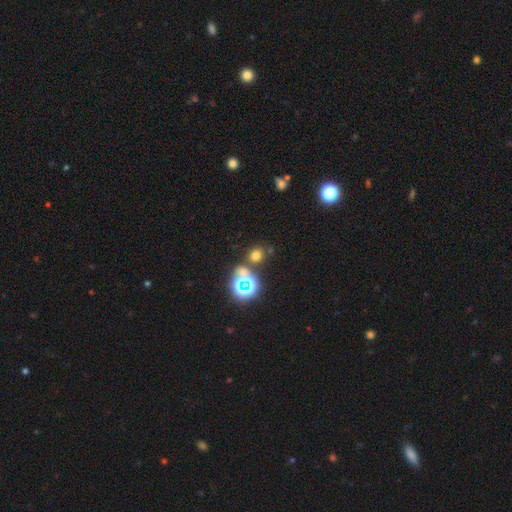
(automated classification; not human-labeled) The model was most divided on "smooth or featured": smooth: 63%, star or artifact: 30%, featured or disk: 8%. More confident: how rounded — round (82%); merging — none (73%).